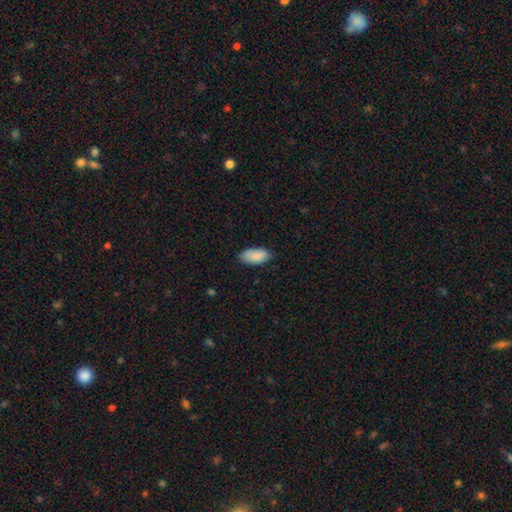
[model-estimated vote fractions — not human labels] Smooth or featured? smooth (89%)
How rounded? in between (92%)
Merging? none (78%)